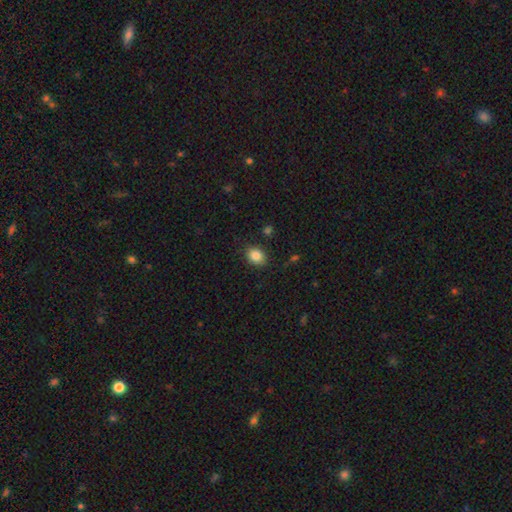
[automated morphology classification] type=smooth (85%); roundness=in between (59%); merging=none (85%).